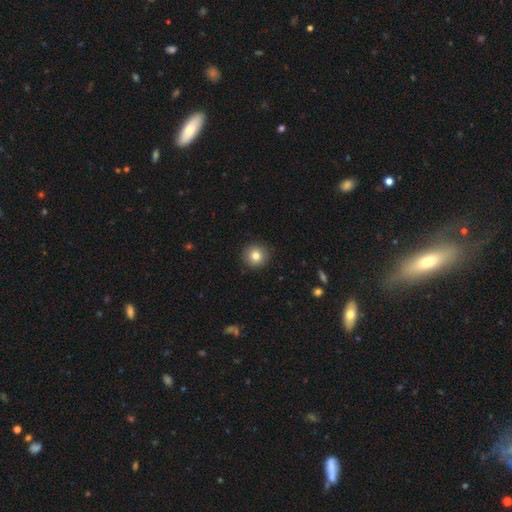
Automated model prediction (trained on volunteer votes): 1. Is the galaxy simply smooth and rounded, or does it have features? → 80% smooth, 10% star or artifact, 10% featured or disk.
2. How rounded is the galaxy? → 93% round, 6% in between, 1% cigar-shaped.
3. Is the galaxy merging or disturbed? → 91% none, 6% minor disturbance, 2% major disturbance, 1% merger.